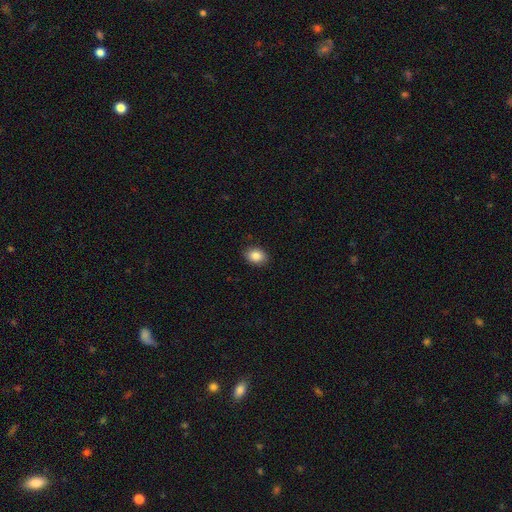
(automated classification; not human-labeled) Morphology: type=smooth (87%); roundness=in between (70%); merging=none (88%).